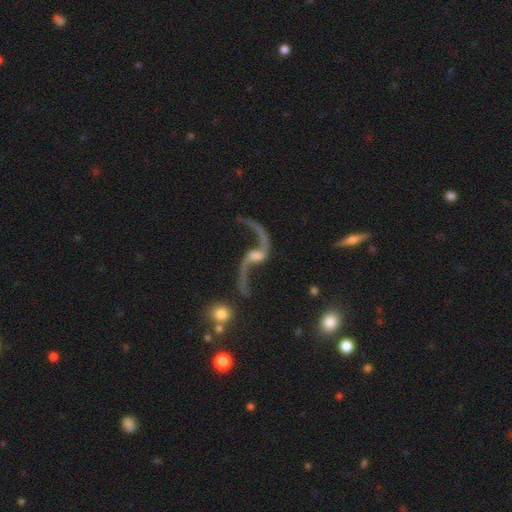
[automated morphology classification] Q: Smooth or featured?
A: featured or disk (91%); runner-up: star or artifact (5%)
Q: Edge-on disk?
A: no (96%); runner-up: yes (4%)
Q: Bar?
A: weak (40%); tied with: no (40%)
Q: Spiral arms?
A: yes (97%); runner-up: no (3%)
Q: Spiral winding?
A: loose (95%); runner-up: medium (4%)
Q: Spiral arm count?
A: 2 (94%); runner-up: 1 (2%)
Q: Bulge size?
A: small (37%); runner-up: moderate (32%)
Q: Merging?
A: none (70%); runner-up: minor disturbance (14%)